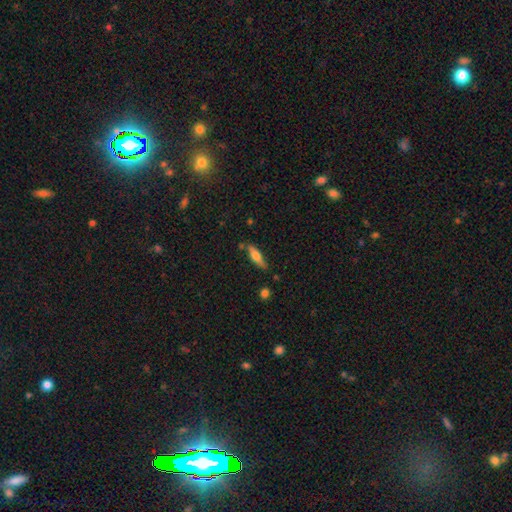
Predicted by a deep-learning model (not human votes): This appears to be a smooth galaxy with no disk features (53%) that is cigar-shaped (66%). Merging: none (77%).